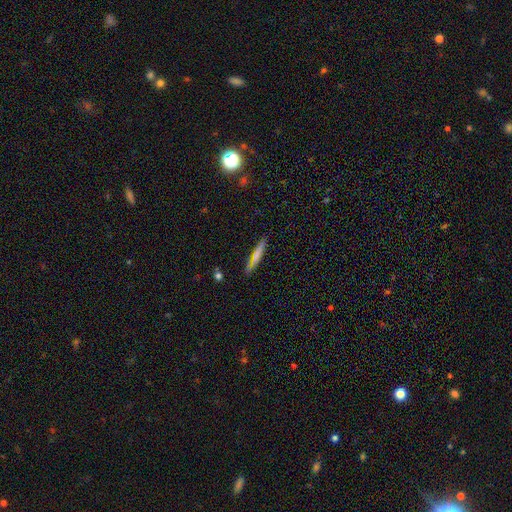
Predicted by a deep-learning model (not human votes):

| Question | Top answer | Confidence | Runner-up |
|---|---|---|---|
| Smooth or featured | smooth | 65% | featured or disk (27%) |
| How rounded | cigar-shaped | 91% | in between (8%) |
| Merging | none | 84% | minor disturbance (12%) |